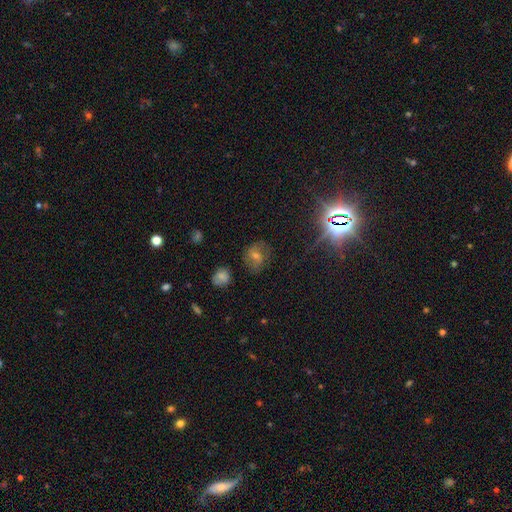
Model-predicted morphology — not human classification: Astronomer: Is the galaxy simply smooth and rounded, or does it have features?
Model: star or artifact — 39% (runner-up: featured or disk, 35%).